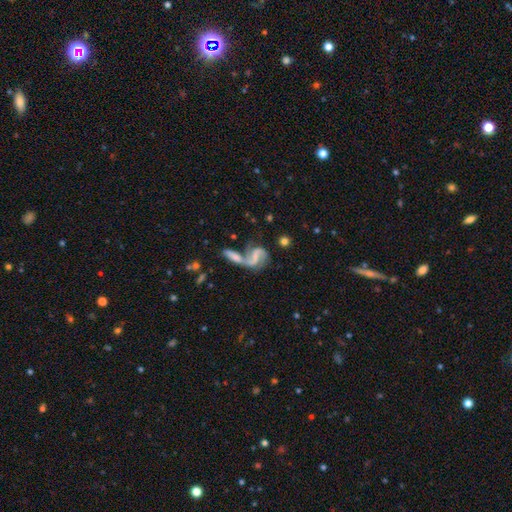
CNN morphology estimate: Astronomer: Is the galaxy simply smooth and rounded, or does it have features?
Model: featured or disk — 71%.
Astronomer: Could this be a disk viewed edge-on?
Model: no — 95%.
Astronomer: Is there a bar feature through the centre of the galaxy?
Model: no — 41% (runner-up: weak, 36%).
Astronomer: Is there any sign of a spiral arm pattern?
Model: yes — 84%.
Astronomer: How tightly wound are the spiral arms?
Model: loose — 64%.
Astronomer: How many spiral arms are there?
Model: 2 — 77%.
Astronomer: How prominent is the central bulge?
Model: none — 51% (runner-up: small, 31%).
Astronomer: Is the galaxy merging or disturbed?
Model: merger — 49% (runner-up: none, 26%).